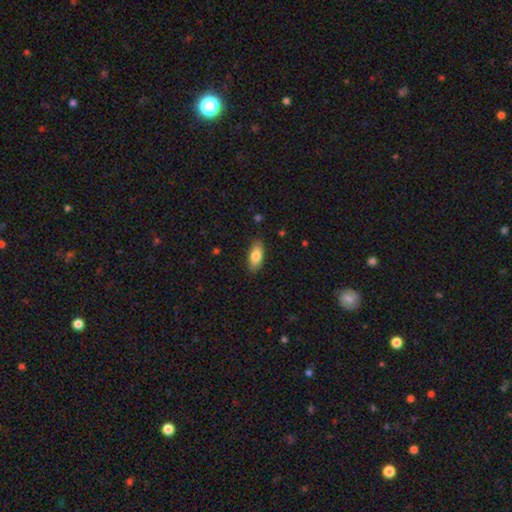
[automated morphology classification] This appears to be a smooth galaxy with no disk features (81%) that is in between round and cigar-shaped (84%). Merging: none (87%).